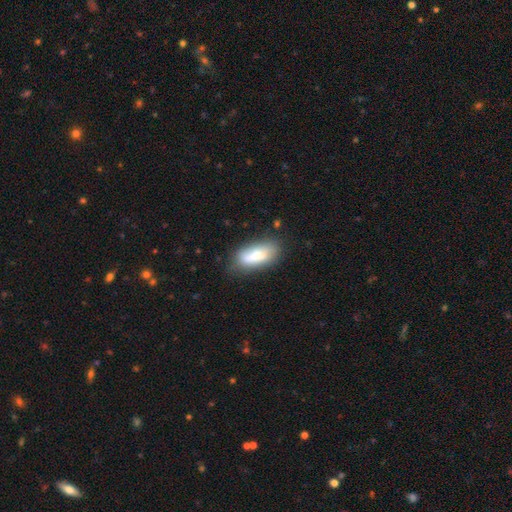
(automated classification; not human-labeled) Smooth or featured: smooth — 75% (featured or disk — 18%)
How rounded: in between — 82% (cigar-shaped — 16%)
Merging: none — 64% (minor disturbance — 24%)